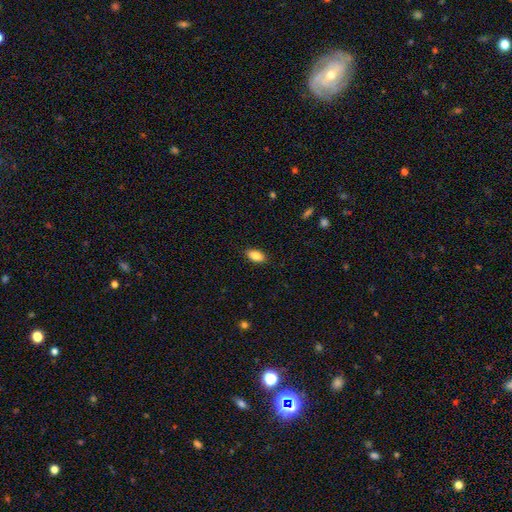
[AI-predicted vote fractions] The model was most divided on "merging": none: 88%, minor disturbance: 9%, major disturbance: 2%, merger: 1%. More confident: how rounded — in between (91%); smooth or featured — smooth (87%).